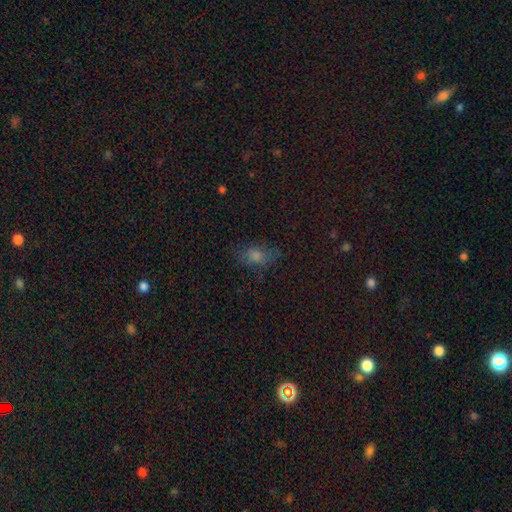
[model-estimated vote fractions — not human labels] This is likely a smooth galaxy (62%). How rounded: likely in between (75%). Merging: likely none (75%).